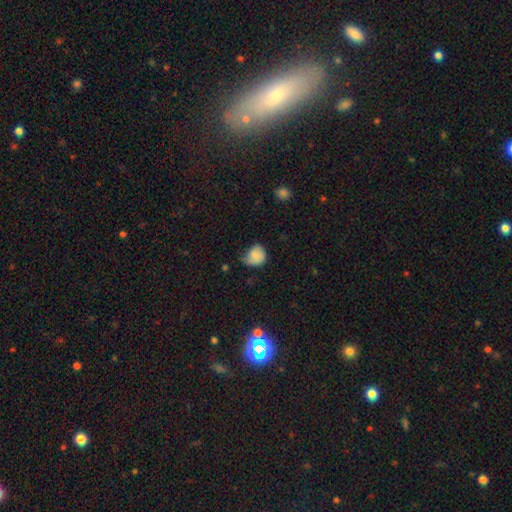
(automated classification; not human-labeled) A smooth galaxy with no disk features (76%) that is round (66%).

Vote fractions:
- Smooth or featured? smooth: 76% / featured or disk: 16% / star or artifact: 8%
- How rounded? round: 66% / in between: 33% / cigar-shaped: 1%
- Merging? minor disturbance: 44% / none: 36% / major disturbance: 18% / merger: 2%